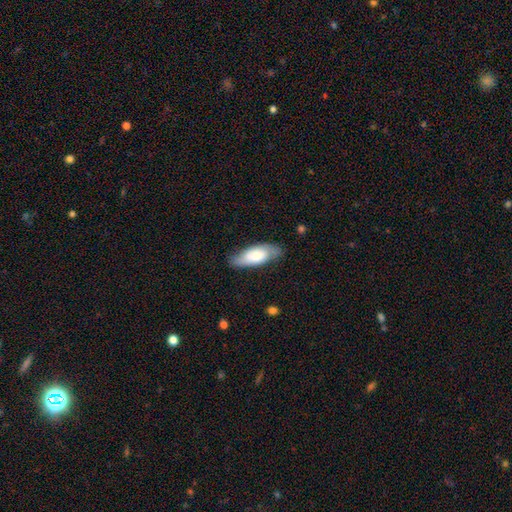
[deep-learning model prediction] Smooth or featured? smooth (61%)
How rounded? in between (76%)
Merging? none (76%)